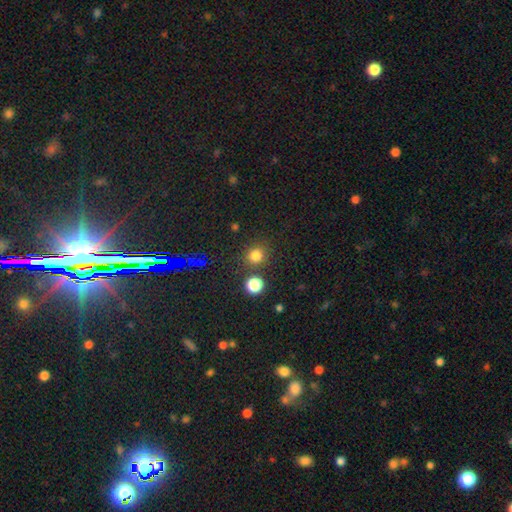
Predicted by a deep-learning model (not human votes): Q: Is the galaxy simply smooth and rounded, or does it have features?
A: smooth — 76%.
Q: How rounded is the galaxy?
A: round — 90%.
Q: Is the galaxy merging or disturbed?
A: none — 82%.